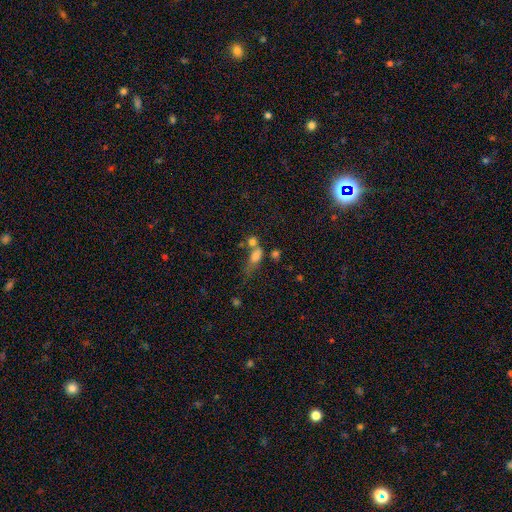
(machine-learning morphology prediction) smooth-or-featured: smooth: 70% | featured or disk: 17% | star or artifact: 13%
  how-rounded: in between: 65% | round: 19% | cigar-shaped: 16%
  merging: merger: 39% | none: 26% | major disturbance: 19% | minor disturbance: 17%